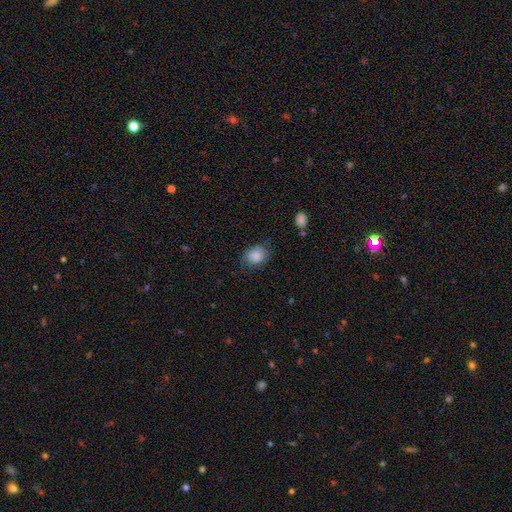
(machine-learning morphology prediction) Smooth or featured? Predicted: smooth (p=0.83). How rounded? Predicted: round (p=0.54). Merging? Predicted: none (p=0.63).